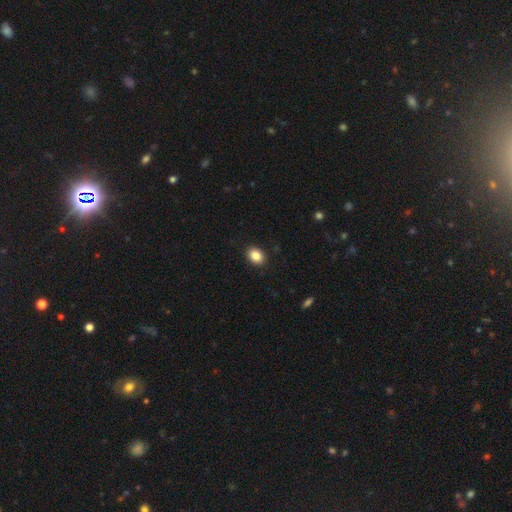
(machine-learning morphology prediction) The model was most divided on "how rounded": in between: 63%, round: 36%, cigar-shaped: 1%. More confident: merging — none (90%); smooth or featured — smooth (87%).